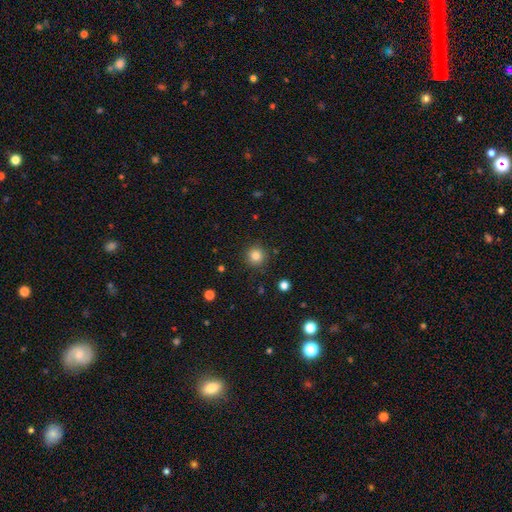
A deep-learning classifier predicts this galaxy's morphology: Smooth or featured? smooth (83%)
How rounded? round (94%)
Merging? none (90%)